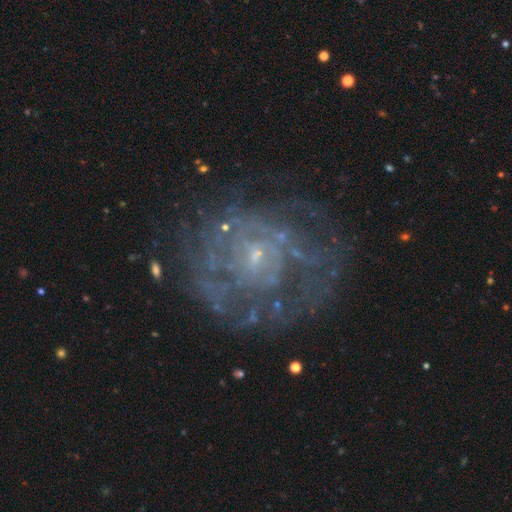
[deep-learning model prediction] A featured or disk galaxy (74%) with no bar (76%), spiral arms (62%) and a small central bulge (72%). Merging: none (66%).